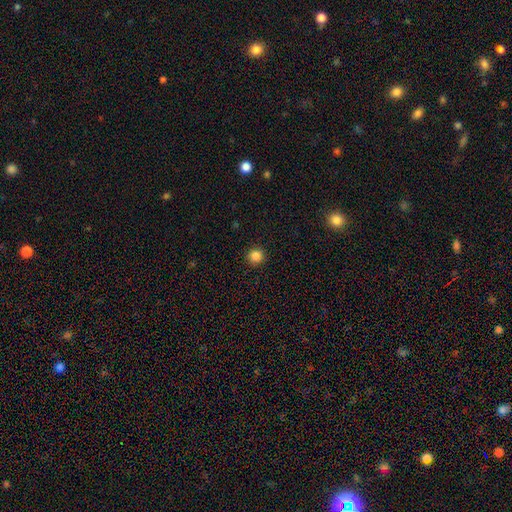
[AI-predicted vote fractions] Morphology: type=smooth (85%); roundness=round (95%); merging=none (93%).